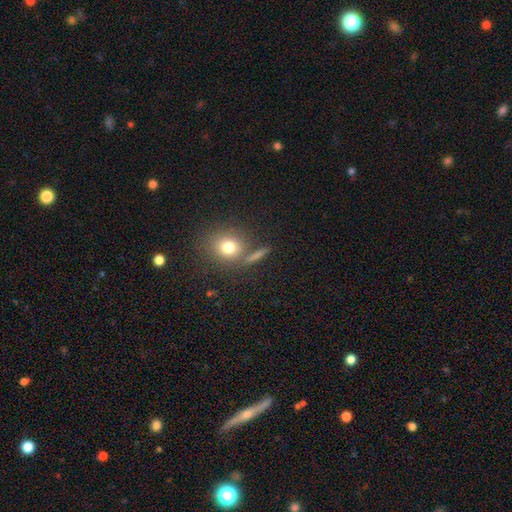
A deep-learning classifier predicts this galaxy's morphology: A smooth galaxy with no disk features (63%) that is round (60%). Merging: none (72%).